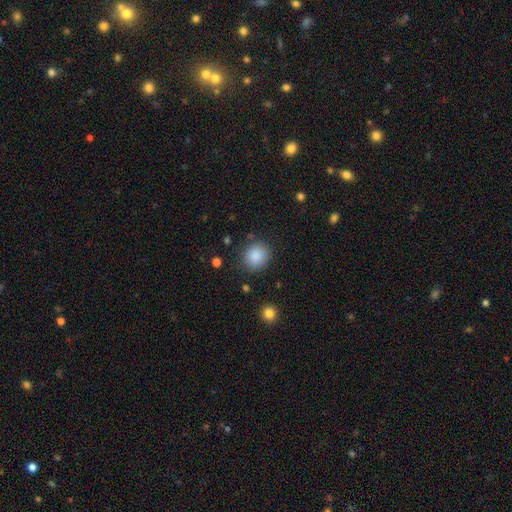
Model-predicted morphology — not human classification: smooth 88%, star or artifact 9%, featured or disk 4%. Down the decision tree: how rounded — round (81%); merging — none (84%).